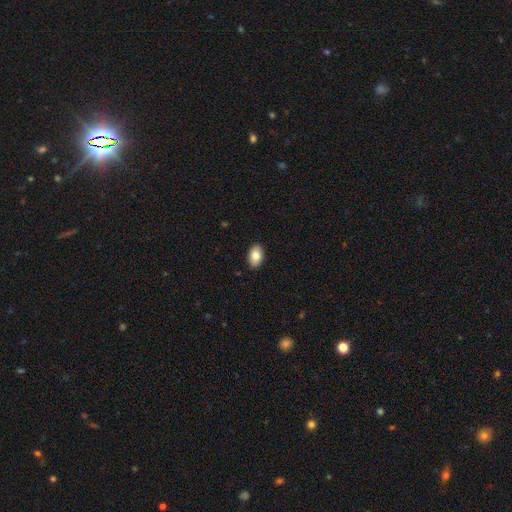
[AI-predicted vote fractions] Smooth or featured: smooth — 82% (featured or disk — 11%)
How rounded: in between — 91% (round — 8%)
Merging: none — 90% (minor disturbance — 8%)